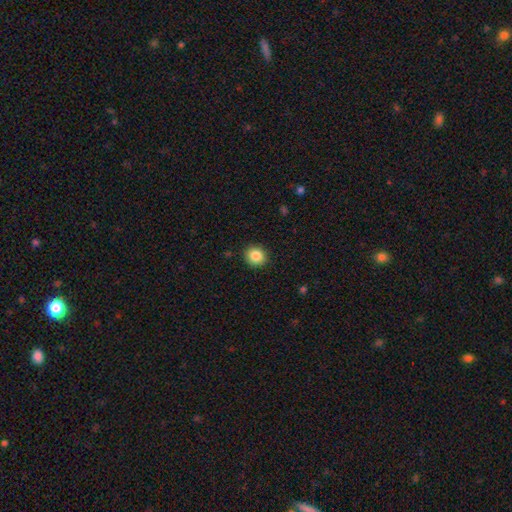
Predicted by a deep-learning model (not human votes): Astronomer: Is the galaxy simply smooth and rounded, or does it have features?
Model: smooth — 86%.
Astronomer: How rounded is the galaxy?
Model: round — 85%.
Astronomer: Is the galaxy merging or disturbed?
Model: none — 91%.